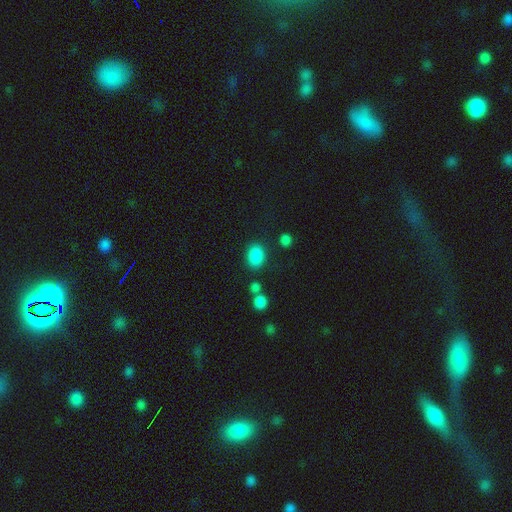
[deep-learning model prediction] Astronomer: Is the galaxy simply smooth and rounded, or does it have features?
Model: smooth — 86%.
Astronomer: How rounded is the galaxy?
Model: in between — 71%.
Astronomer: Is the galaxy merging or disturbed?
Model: none — 78%.